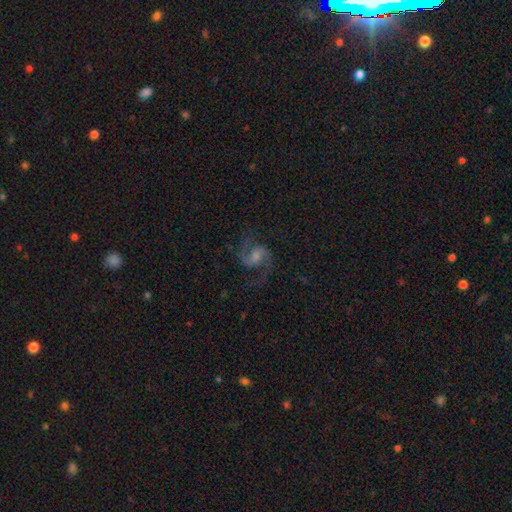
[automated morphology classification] Q: Smooth or featured?
A: featured or disk (89%); runner-up: star or artifact (7%)
Q: Edge-on disk?
A: no (98%); runner-up: yes (2%)
Q: Bar?
A: weak (48%); runner-up: no (39%)
Q: Spiral arms?
A: yes (98%); runner-up: no (2%)
Q: Spiral winding?
A: medium (56%); runner-up: loose (35%)
Q: Spiral arm count?
A: 2 (94%); runner-up: can't tell (2%)
Q: Bulge size?
A: small (45%); runner-up: moderate (37%)
Q: Merging?
A: none (78%); runner-up: minor disturbance (12%)